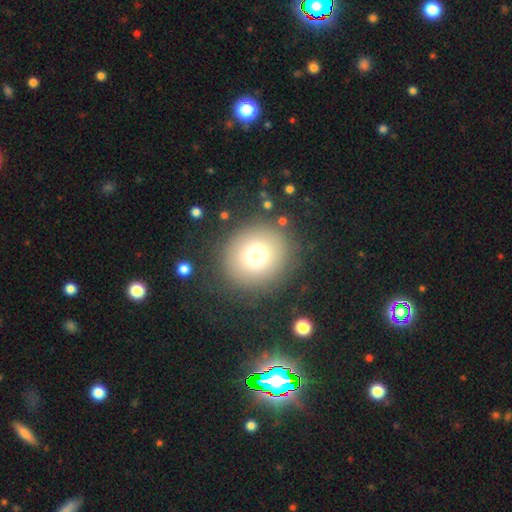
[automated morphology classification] type=smooth (71%); roundness=round (91%); merging=none (84%).